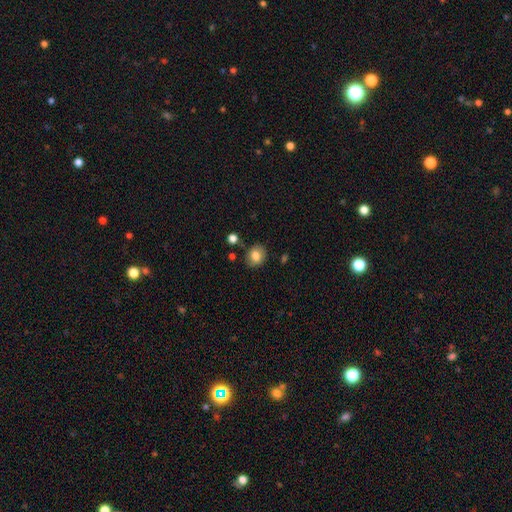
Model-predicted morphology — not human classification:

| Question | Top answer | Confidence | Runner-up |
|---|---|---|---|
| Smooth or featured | smooth | 78% | featured or disk (13%) |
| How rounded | round | 61% | in between (38%) |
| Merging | none | 79% | minor disturbance (14%) |